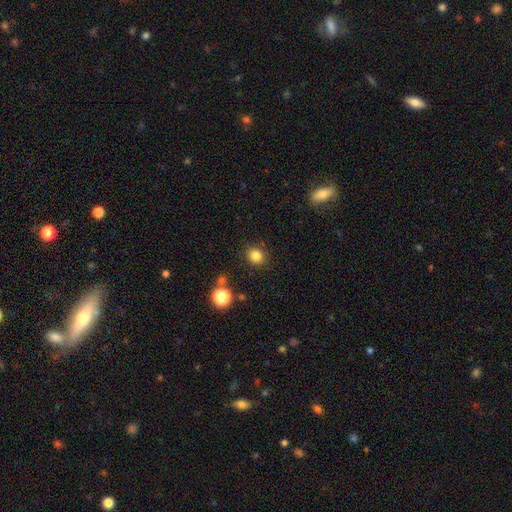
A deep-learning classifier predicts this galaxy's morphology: This is clearly a smooth galaxy (83%). How rounded: likely round (72%). Merging: clearly none (87%).